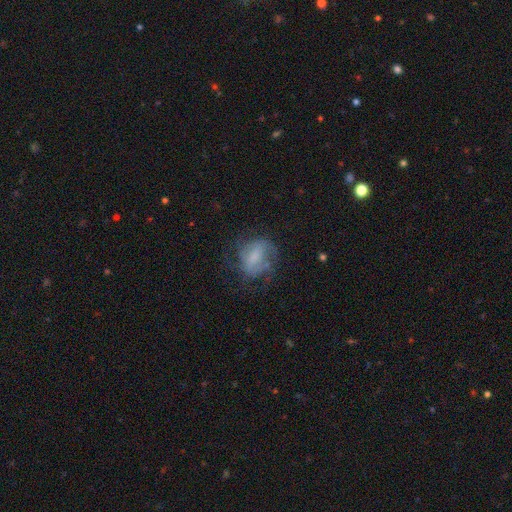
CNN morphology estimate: A featured or disk galaxy (47%). Merging: none (49%).